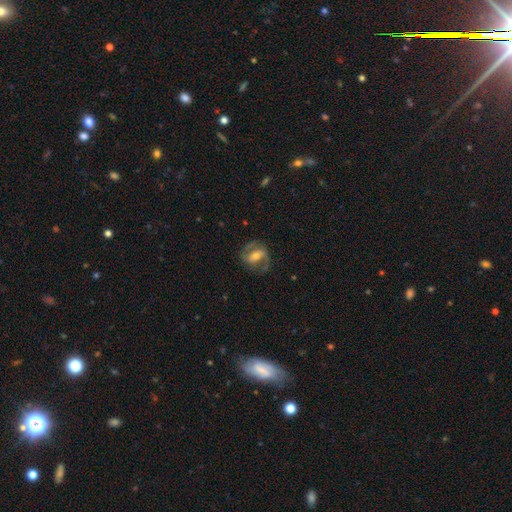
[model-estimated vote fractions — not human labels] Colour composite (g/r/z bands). It shows a featured or disk galaxy (78%) with a strong bar (47%), 2 (87%) medium (54%) spiral arms (89%) and a moderate central bulge (52%). Merging: none (73%).